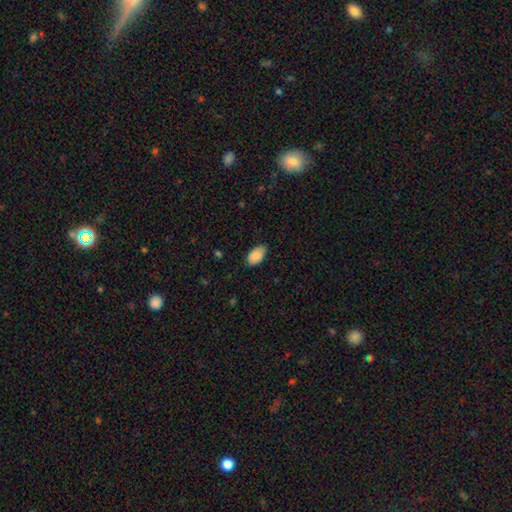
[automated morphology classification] Smooth or featured?
  - smooth: 90% *
  - star or artifact: 6%
  - featured or disk: 4%
How rounded?
  - in between: 95% *
  - round: 4%
  - cigar-shaped: 2%
Merging?
  - none: 82% *
  - minor disturbance: 15%
  - major disturbance: 2%
  - merger: 1%